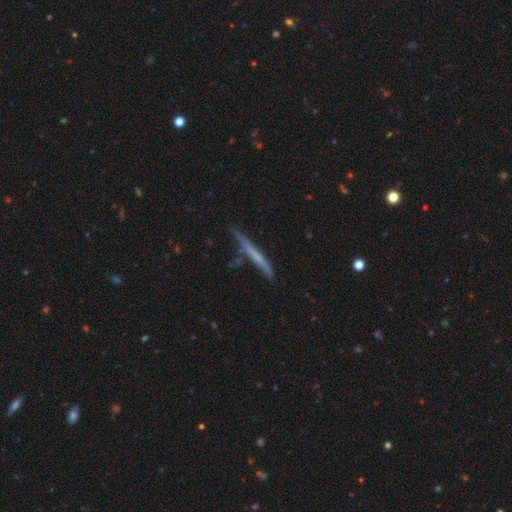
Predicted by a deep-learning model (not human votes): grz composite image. It shows a featured or disk galaxy (48%). Merging: none (74%).